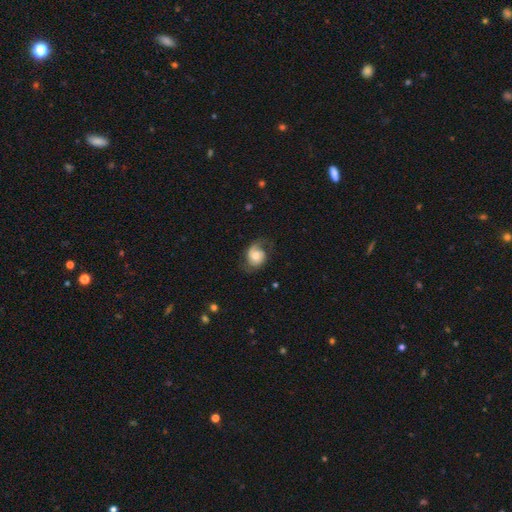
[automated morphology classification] A featured or disk galaxy (62%) with no bar (70%), 2 (60%) medium (41%) spiral arms (89%) and a moderate central bulge (61%).

Vote fractions:
- Smooth or featured? featured or disk: 62% / smooth: 31% / star or artifact: 7%
- Edge-on disk? no: 97% / yes: 3%
- Bar? no: 70% / weak: 25% / strong: 5%
- Spiral arms? yes: 89% / no: 11%
- Spiral winding? medium: 41% / loose: 32% / tight: 27%
- Spiral arm count? 2: 60% / 1: 29% / can't tell: 8% / 3: 1% / 4: 1% / more than 4: 1%
- Bulge size? moderate: 61% / small: 25% / large: 9% / none: 2% / dominant: 2%
- Merging? none: 58% / minor disturbance: 24% / major disturbance: 17% / merger: 1%